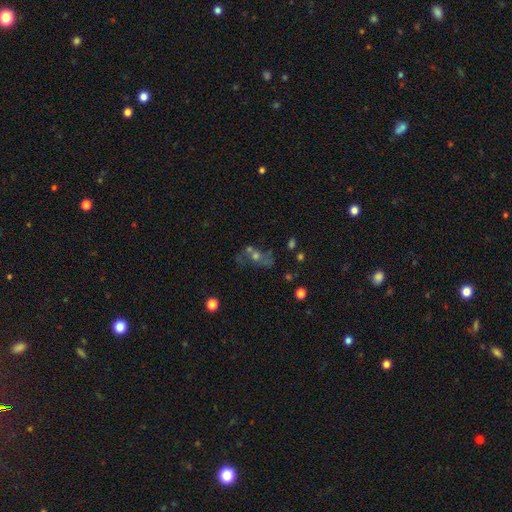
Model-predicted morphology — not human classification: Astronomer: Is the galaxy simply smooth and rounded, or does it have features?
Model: featured or disk — 41% (runner-up: smooth, 31%).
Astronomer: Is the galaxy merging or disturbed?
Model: none — 40% (runner-up: merger, 28%).